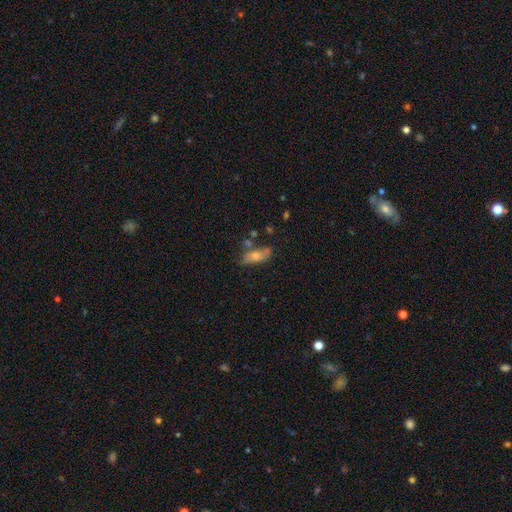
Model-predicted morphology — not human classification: type=smooth (68%); roundness=in between (74%); merging=none (52%).